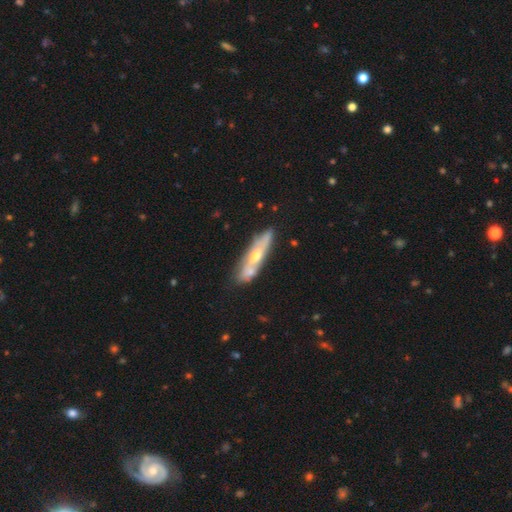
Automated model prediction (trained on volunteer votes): This is likely a featured or disk galaxy (62%). It is possibly not viewed edge-on (55%). Merging: likely none (64%).